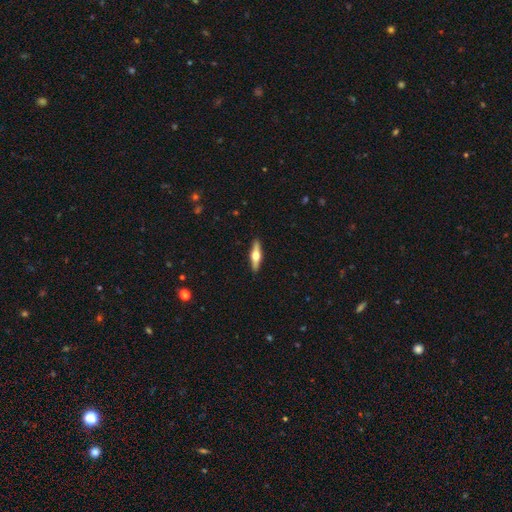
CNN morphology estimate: featured or disk 58%, smooth 37%, star or artifact 5%. Down the decision tree: edge-on disk — yes (95%); edge-on bulge — rounded (95%); merging — none (91%).